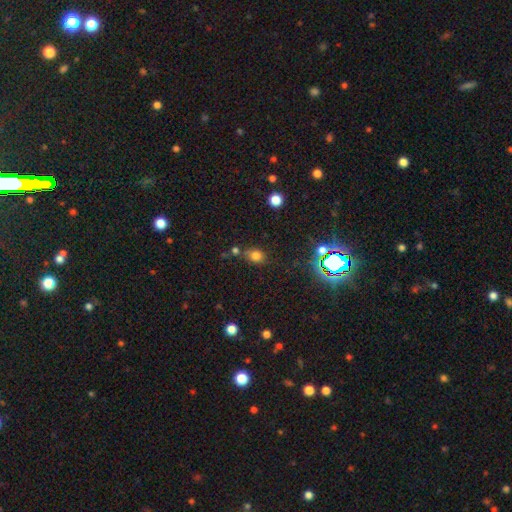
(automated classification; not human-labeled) A smooth galaxy with no disk features (74%) that is in between round and cigar-shaped (51%).

Vote fractions:
- Smooth or featured? smooth: 74% / star or artifact: 18% / featured or disk: 7%
- How rounded? in between: 51% / round: 48% / cigar-shaped: 1%
- Merging? none: 65% / minor disturbance: 16% / merger: 14% / major disturbance: 5%